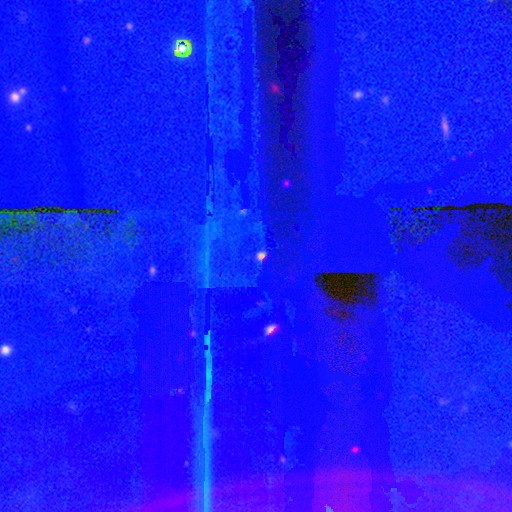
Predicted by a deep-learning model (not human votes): smooth-or-featured: star or artifact: 88% | featured or disk: 7% | smooth: 5%